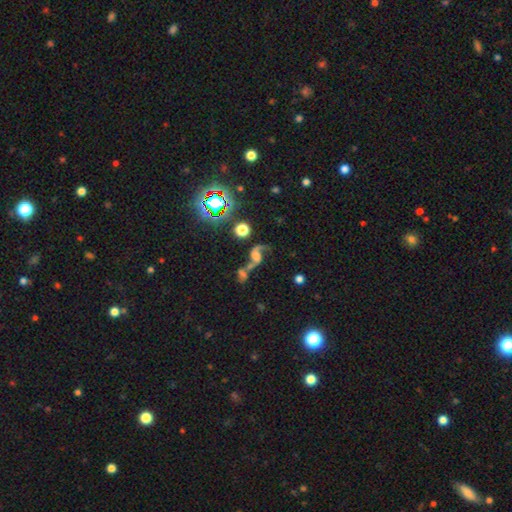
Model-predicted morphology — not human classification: Smooth or featured? featured or disk (69%)
Edge-on disk? no (96%)
Bar? no (61%)
Spiral arms? yes (91%)
Spiral winding? loose (83%)
Spiral arm count? 2 (81%)
Bulge size? none (29%)
Merging? none (37%)